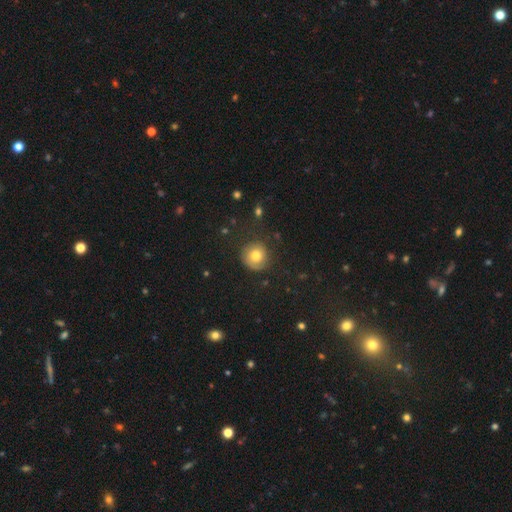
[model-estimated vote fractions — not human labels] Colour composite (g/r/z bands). It shows a smooth galaxy with no disk features (74%) that is round (92%). Merging: none (76%).